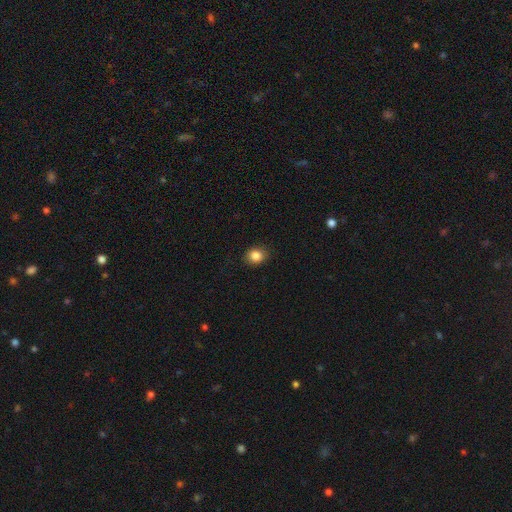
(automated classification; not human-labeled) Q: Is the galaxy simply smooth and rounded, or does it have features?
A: smooth — 86%.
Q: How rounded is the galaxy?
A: round — 68%.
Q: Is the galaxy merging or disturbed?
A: none — 88%.